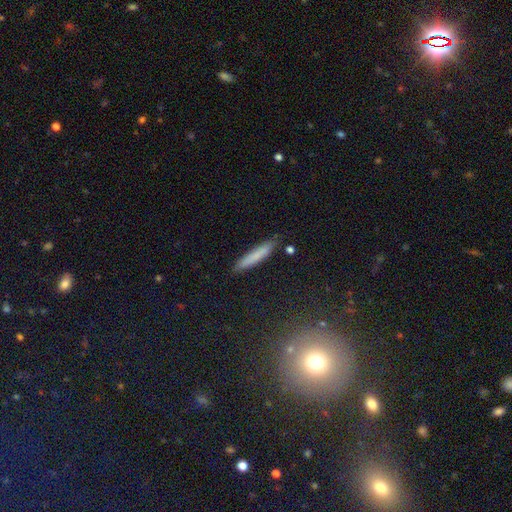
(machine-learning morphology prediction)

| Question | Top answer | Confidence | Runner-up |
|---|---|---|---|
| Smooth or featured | smooth | 74% | featured or disk (18%) |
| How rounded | cigar-shaped | 93% | in between (6%) |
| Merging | none | 86% | minor disturbance (10%) |